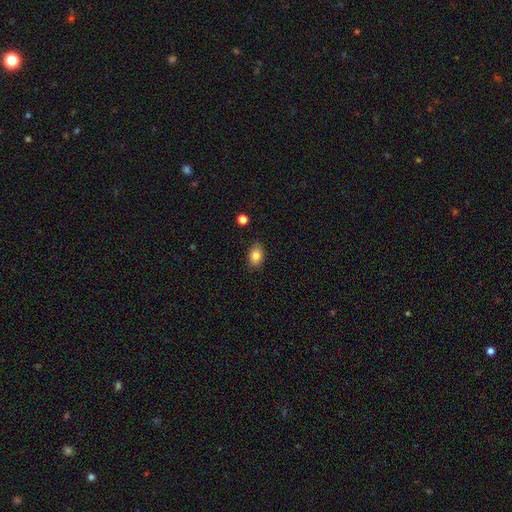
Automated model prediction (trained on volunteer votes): Q: Smooth or featured?
A: smooth (84%); runner-up: star or artifact (8%)
Q: How rounded?
A: in between (81%); runner-up: round (18%)
Q: Merging?
A: none (85%); runner-up: minor disturbance (12%)